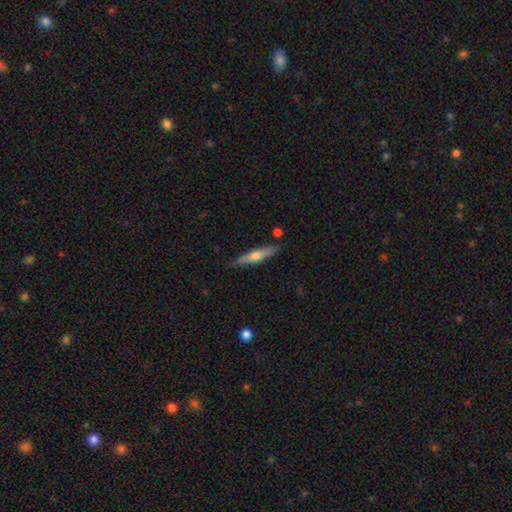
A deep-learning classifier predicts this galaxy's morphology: Smooth or featured? featured or disk (48%)
Merging? none (84%)